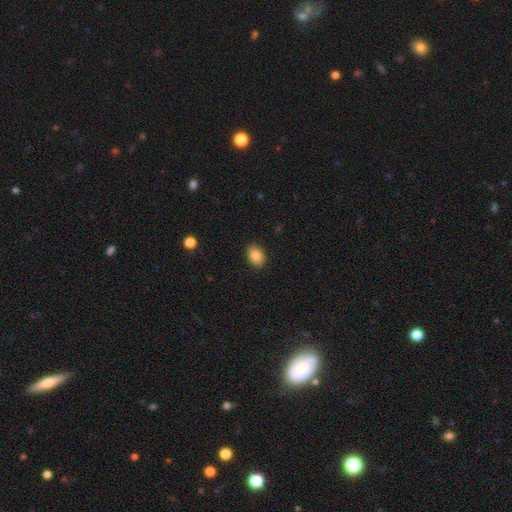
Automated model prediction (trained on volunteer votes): Smooth or featured? smooth (87%)
How rounded? in between (80%)
Merging? none (88%)